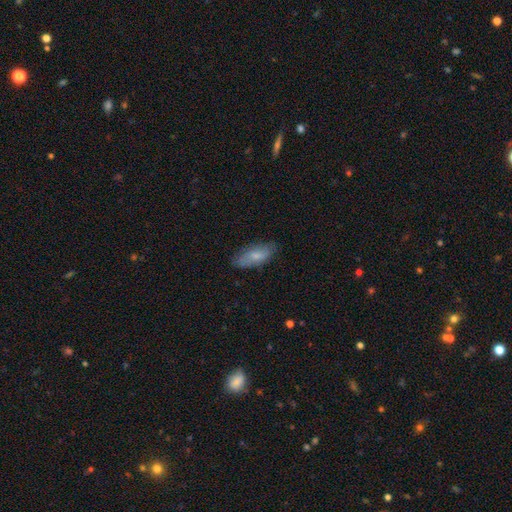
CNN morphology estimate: This is likely a smooth galaxy (71%). How rounded: clearly in between (82%). Merging: likely none (78%).